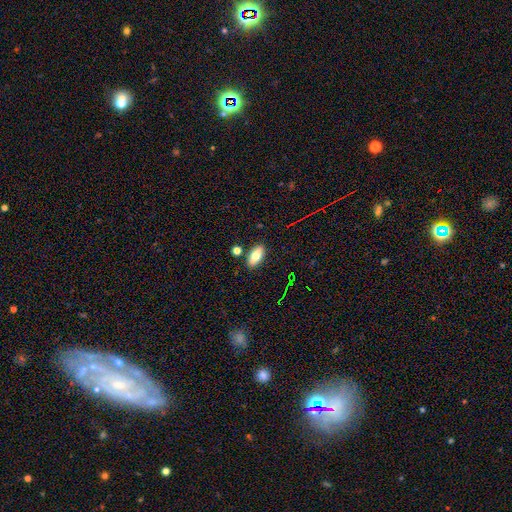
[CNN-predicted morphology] The model was most divided on "smooth or featured": smooth: 76%, featured or disk: 15%, star or artifact: 9%. More confident: how rounded — in between (88%); merging — none (85%).